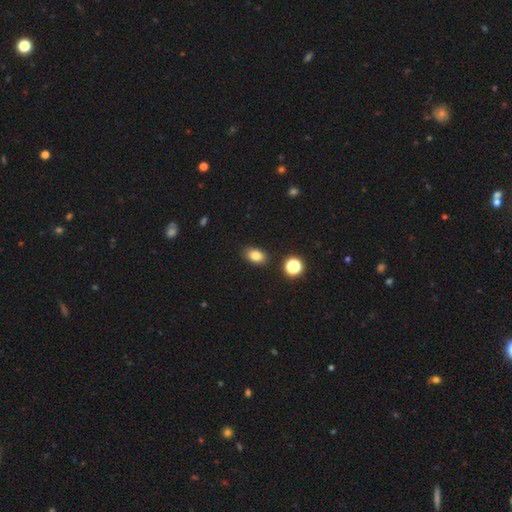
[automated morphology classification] Smooth or featured? smooth (82%)
How rounded? in between (81%)
Merging? none (87%)